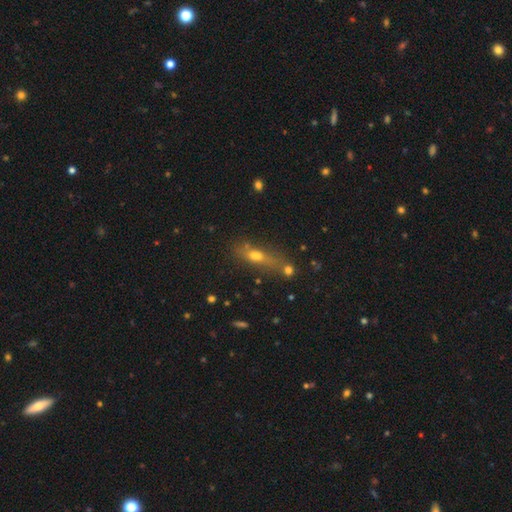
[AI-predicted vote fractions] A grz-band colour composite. It shows a smooth galaxy with no disk features (52%) that is cigar-shaped (46%). Merging: none (53%).